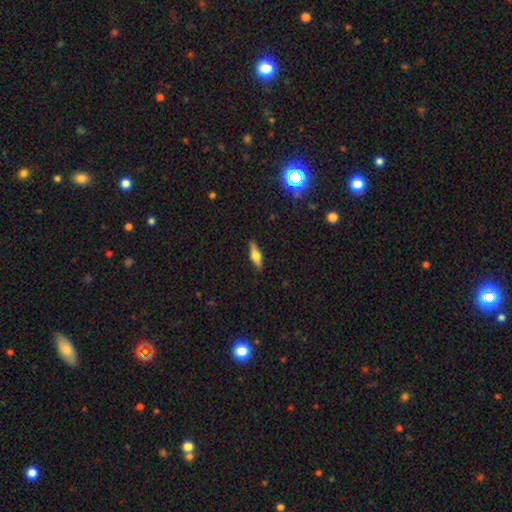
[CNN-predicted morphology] Overall: featured or disk (47%; smooth 45%). Merging: none (88%).